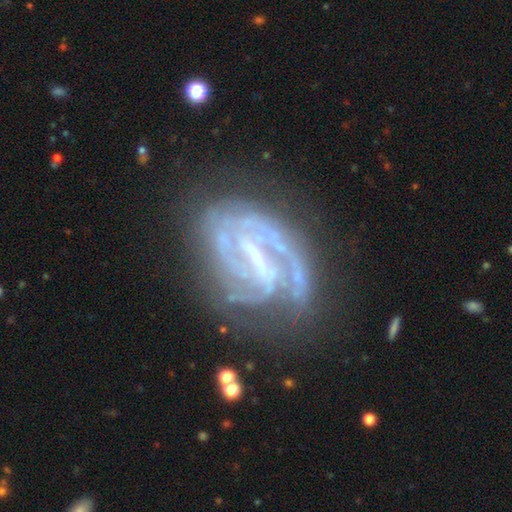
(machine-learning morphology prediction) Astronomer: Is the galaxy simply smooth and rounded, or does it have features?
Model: featured or disk — 87%.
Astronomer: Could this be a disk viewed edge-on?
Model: no — 97%.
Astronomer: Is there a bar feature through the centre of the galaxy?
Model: strong — 59%.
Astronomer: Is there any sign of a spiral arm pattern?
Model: yes — 91%.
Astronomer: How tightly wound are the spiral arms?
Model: tight — 57% (runner-up: medium, 34%).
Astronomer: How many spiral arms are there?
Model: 2 — 36% (runner-up: can't tell, 26%).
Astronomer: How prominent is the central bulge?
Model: small — 42% (runner-up: none, 35%).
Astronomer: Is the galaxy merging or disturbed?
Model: none — 60%.